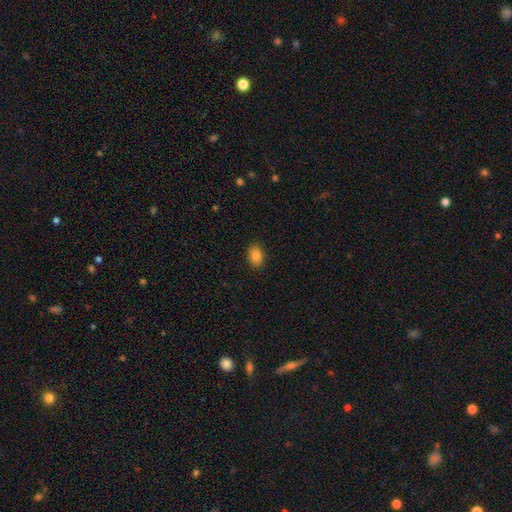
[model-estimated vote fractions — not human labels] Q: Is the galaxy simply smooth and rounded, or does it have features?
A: smooth — 85%.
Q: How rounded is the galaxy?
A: in between — 76%.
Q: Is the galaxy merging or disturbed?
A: none — 89%.